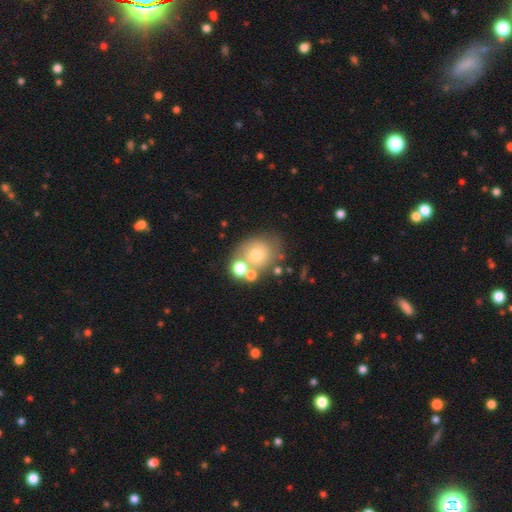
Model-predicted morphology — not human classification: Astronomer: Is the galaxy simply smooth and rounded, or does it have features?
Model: smooth — 52% (runner-up: featured or disk, 30%).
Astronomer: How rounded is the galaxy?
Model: round — 63%.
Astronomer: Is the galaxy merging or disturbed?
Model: none — 55%.